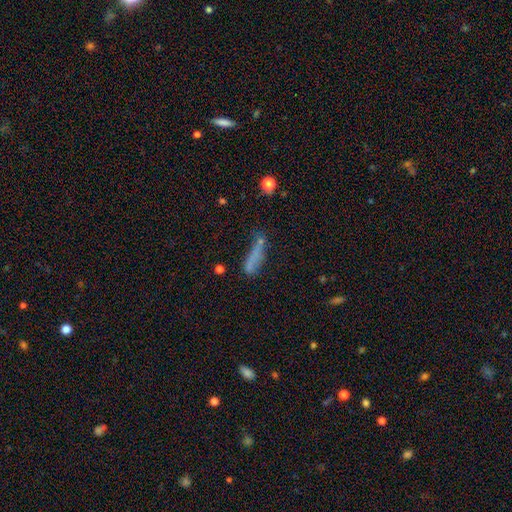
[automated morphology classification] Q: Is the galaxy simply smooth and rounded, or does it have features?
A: smooth — 65%.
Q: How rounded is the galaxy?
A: cigar-shaped — 75%.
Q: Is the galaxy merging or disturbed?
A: none — 44%.